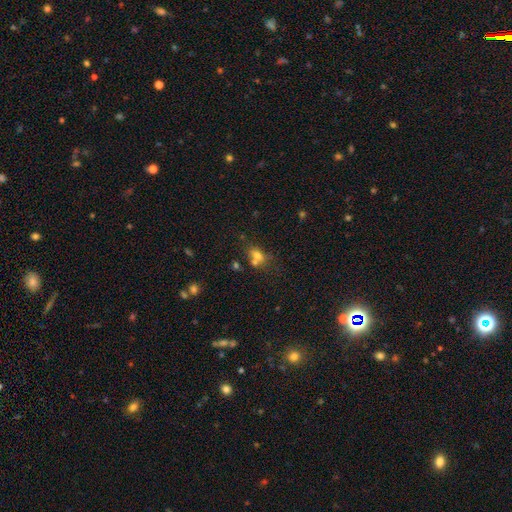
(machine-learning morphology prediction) Smooth or featured? smooth (63%)
How rounded? in between (53%)
Merging? none (42%)